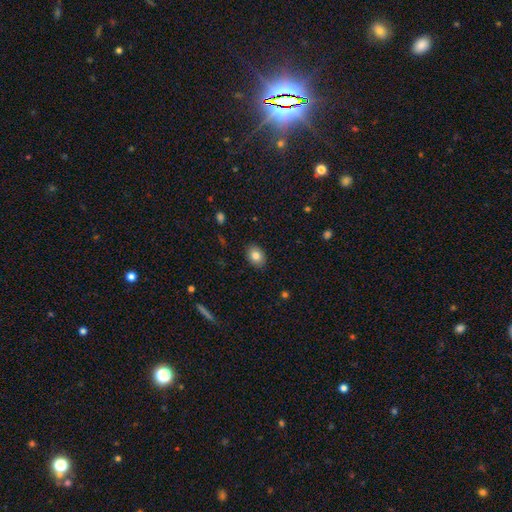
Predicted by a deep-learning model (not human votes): smooth-or-featured: smooth: 81% | featured or disk: 10% | star or artifact: 9%
  how-rounded: in between: 70% | round: 29% | cigar-shaped: 1%
  merging: none: 88% | minor disturbance: 9% | major disturbance: 2% | merger: 1%